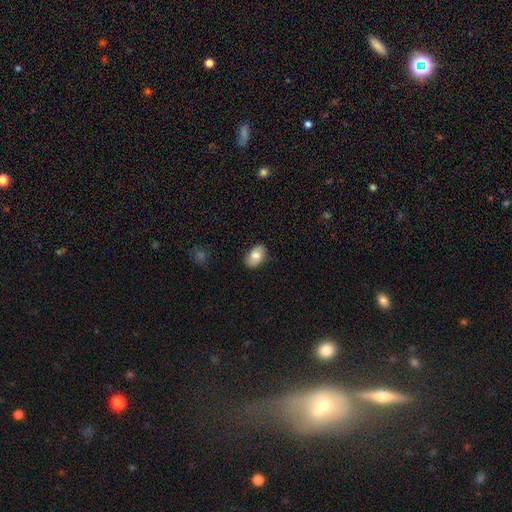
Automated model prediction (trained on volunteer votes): Morphology: type=smooth (80%); roundness=in between (89%); merging=none (82%).